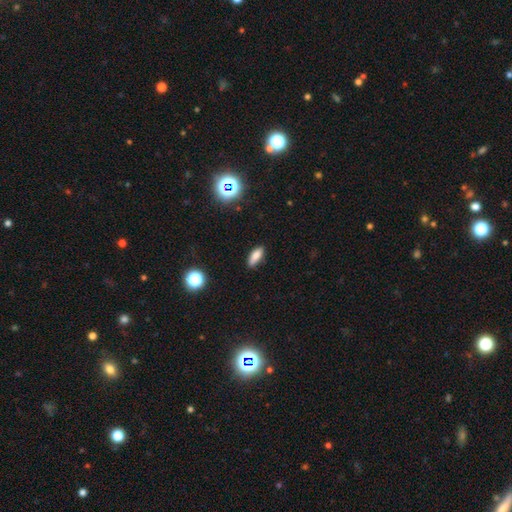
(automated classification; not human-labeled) The model was most divided on "how rounded": in between: 69%, cigar-shaped: 27%, round: 4%. More confident: merging — none (83%); smooth or featured — smooth (79%).